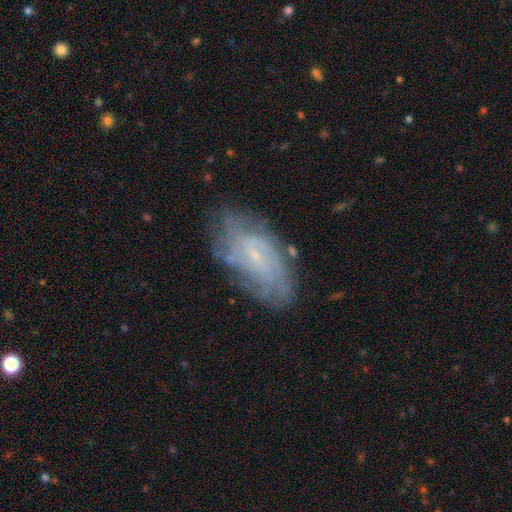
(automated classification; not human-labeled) Smooth or featured? featured or disk (74%)
Edge-on disk? no (94%)
Bar? no (56%)
Spiral arms? yes (87%)
Spiral winding? tight (58%)
Spiral arm count? can't tell (52%)
Bulge size? small (82%)
Merging? none (72%)